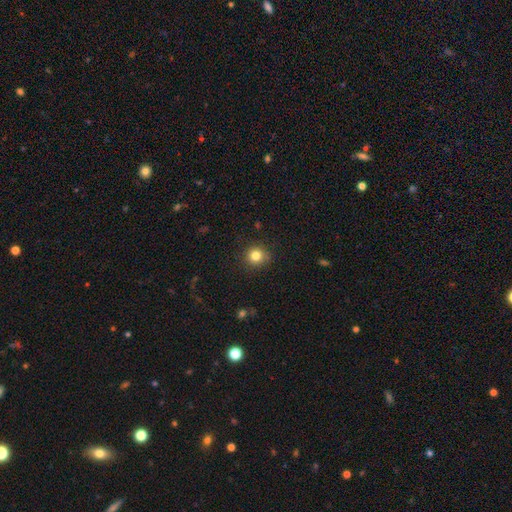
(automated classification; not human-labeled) A smooth galaxy with no disk features (82%) that is round (91%).

Vote fractions:
- Smooth or featured? smooth: 82% / star or artifact: 12% / featured or disk: 6%
- How rounded? round: 91% / in between: 9% / cigar-shaped: 1%
- Merging? none: 88% / minor disturbance: 9% / major disturbance: 2% / merger: 1%